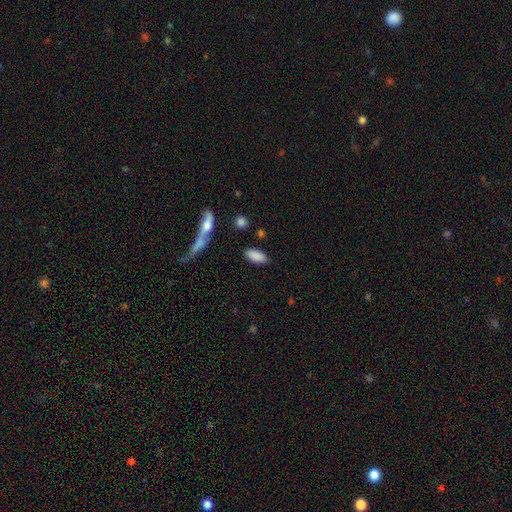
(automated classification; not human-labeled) This is clearly a smooth galaxy (87%). How rounded: clearly in between (83%). Merging: clearly none (82%).